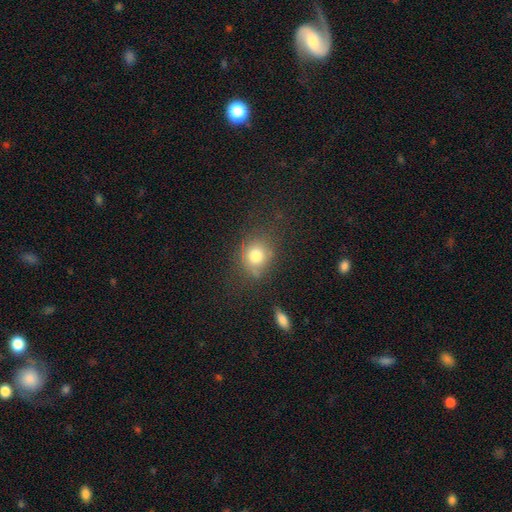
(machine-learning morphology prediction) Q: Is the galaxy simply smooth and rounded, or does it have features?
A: smooth — 77%.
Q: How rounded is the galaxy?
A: round — 69%.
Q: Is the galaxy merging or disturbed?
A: none — 64%.